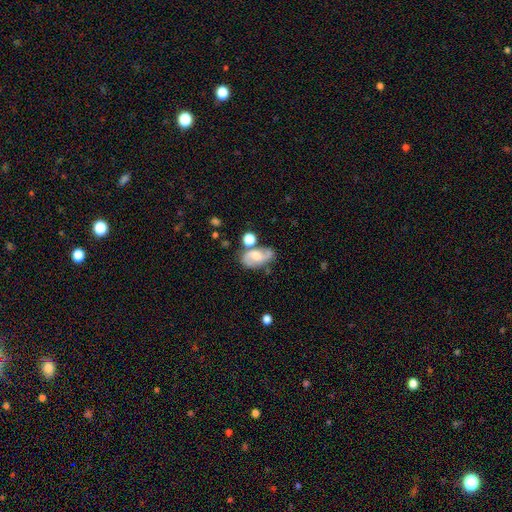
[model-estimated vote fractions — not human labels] Smooth or featured? Predicted: featured or disk (p=0.68). Edge-on disk? Predicted: no (p=0.96). Bar? Predicted: no (p=0.51). Spiral arms? Predicted: yes (p=0.91). Spiral winding? Predicted: medium (p=0.49). Spiral arm count? Predicted: 2 (p=0.88). Bulge size? Predicted: moderate (p=0.46). Merging? Predicted: none (p=0.62).